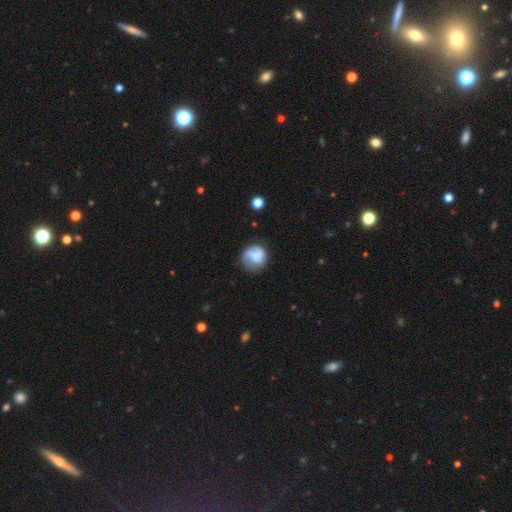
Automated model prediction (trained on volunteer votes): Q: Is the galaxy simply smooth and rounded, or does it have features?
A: featured or disk — 48%.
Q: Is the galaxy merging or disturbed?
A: none — 63%.